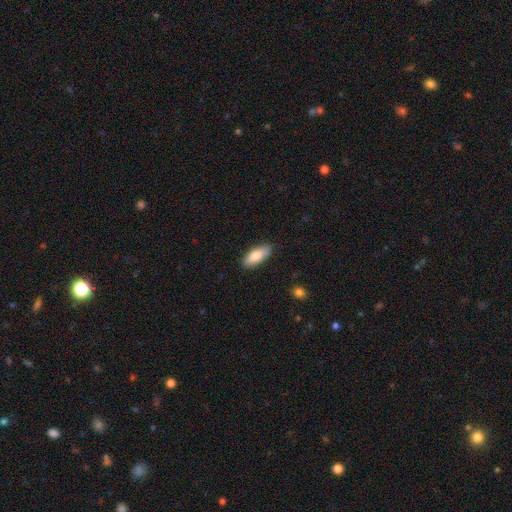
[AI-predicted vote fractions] A smooth galaxy with no disk features (81%) that is in between round and cigar-shaped (80%).

Vote fractions:
- Smooth or featured? smooth: 81% / featured or disk: 13% / star or artifact: 6%
- How rounded? in between: 80% / cigar-shaped: 18% / round: 2%
- Merging? none: 88% / minor disturbance: 9% / major disturbance: 2% / merger: 1%